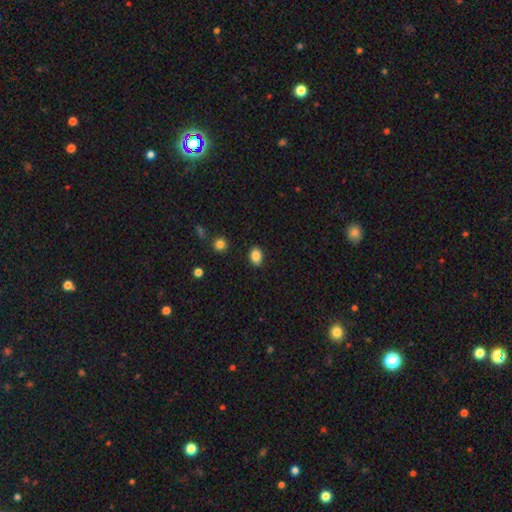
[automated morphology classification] This appears to be a smooth galaxy with no disk features (86%) that is in between round and cigar-shaped (78%). Merging: none (87%).